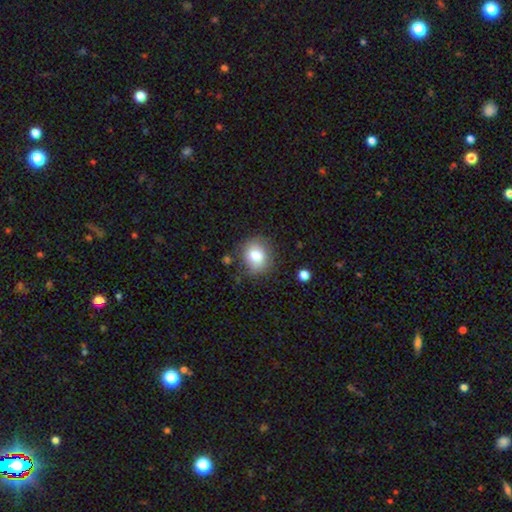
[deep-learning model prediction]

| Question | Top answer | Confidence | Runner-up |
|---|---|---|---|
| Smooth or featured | smooth | 79% | featured or disk (11%) |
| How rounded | round | 71% | in between (28%) |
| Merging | none | 77% | minor disturbance (16%) |